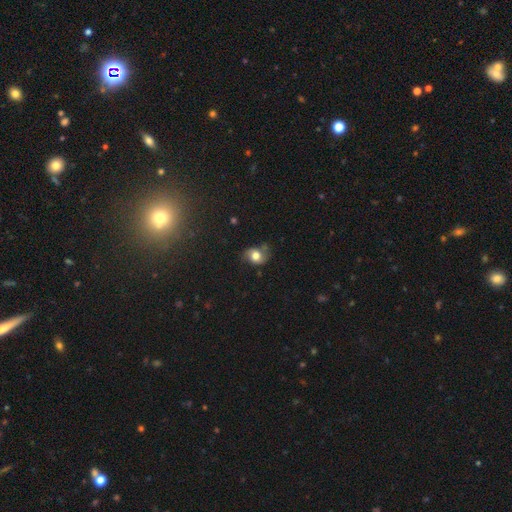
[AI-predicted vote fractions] The model was most divided on "how rounded": in between: 54%, round: 45%, cigar-shaped: 1%. More confident: smooth or featured — smooth (66%); merging — none (61%).